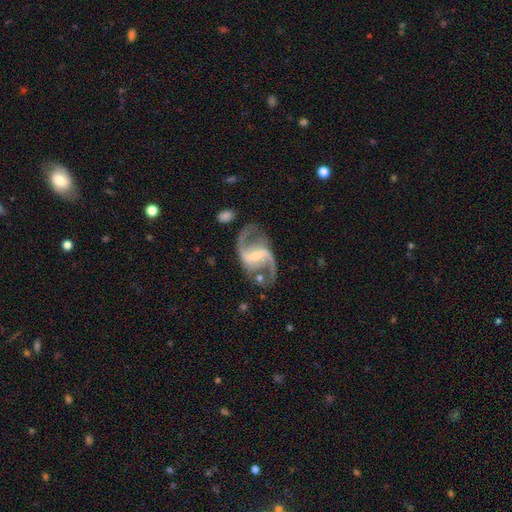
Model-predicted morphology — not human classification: Smooth or featured: featured or disk — 91% (star or artifact — 5%)
Edge-on disk: no — 98% (yes — 2%)
Bar: strong — 48% (weak — 40%)
Spiral arms: yes — 97% (no — 3%)
Spiral winding: loose — 53% (medium — 41%)
Spiral arm count: 2 — 94% (can't tell — 2%)
Bulge size: small — 55% (moderate — 35%)
Merging: none — 74% (minor disturbance — 14%)